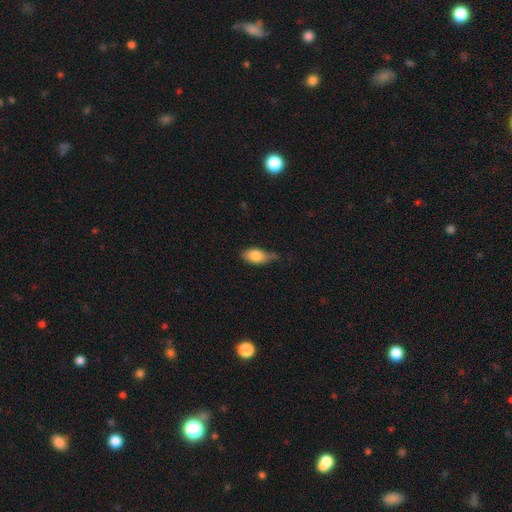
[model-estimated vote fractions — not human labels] Smooth or featured?
  - smooth: 80% *
  - featured or disk: 13%
  - star or artifact: 7%
How rounded?
  - in between: 88% *
  - cigar-shaped: 6%
  - round: 6%
Merging?
  - none: 44% *
  - minor disturbance: 43%
  - major disturbance: 10%
  - merger: 3%